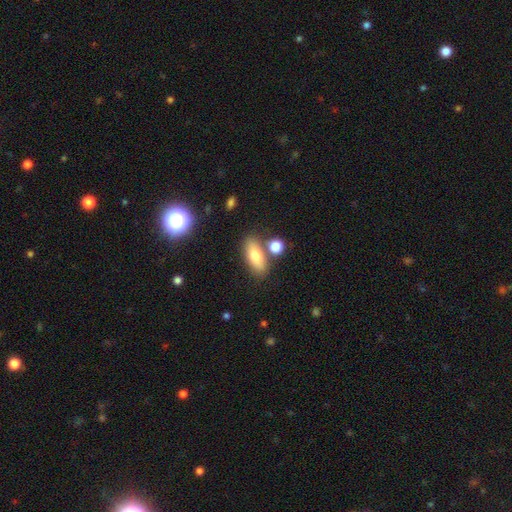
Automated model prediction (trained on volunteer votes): A smooth galaxy with no disk features (73%) that is in between round and cigar-shaped (77%).

Vote fractions:
- Smooth or featured? smooth: 73% / featured or disk: 18% / star or artifact: 9%
- How rounded? in between: 77% / cigar-shaped: 18% / round: 6%
- Merging? none: 71% / merger: 14% / minor disturbance: 11% / major disturbance: 4%